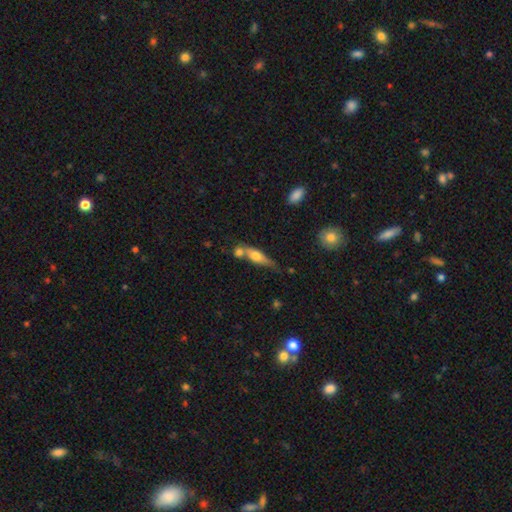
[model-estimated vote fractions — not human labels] smooth 52%, featured or disk 41%, star or artifact 7%. Down the decision tree: how rounded — cigar-shaped (58%); merging — none (42%).